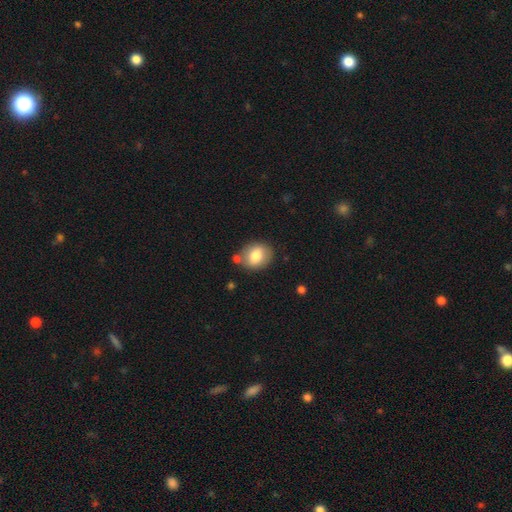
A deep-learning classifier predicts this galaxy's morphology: The model was most divided on "how rounded": in between: 50%, round: 49%, cigar-shaped: 1%. More confident: smooth or featured — smooth (77%); merging — none (75%).